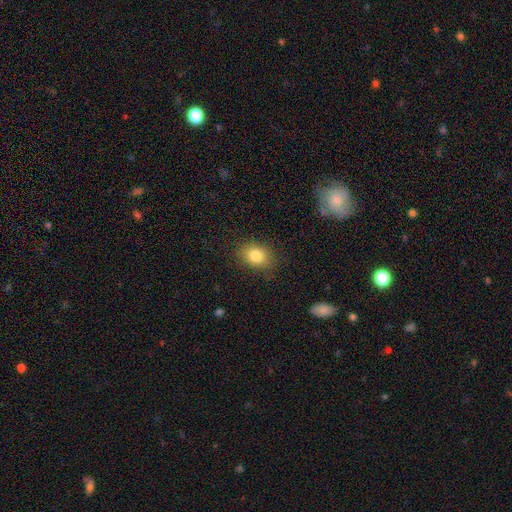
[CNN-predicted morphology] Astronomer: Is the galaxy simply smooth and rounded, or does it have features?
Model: smooth — 82%.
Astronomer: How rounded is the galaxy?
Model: in between — 59% (runner-up: round, 40%).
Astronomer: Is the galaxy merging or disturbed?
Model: none — 85%.